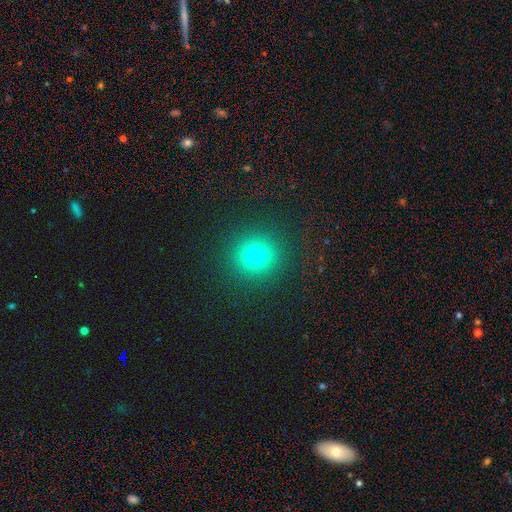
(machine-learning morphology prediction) Overall: smooth (74%). How rounded: round (93%). Merging: none (91%).